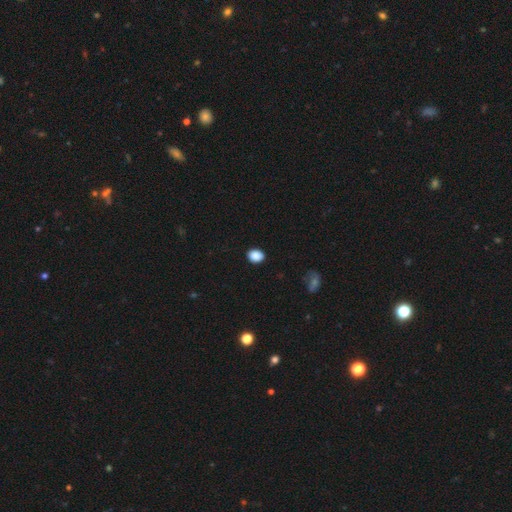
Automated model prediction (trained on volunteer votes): The model was most divided on "how rounded": in between: 50%, round: 49%, cigar-shaped: 1%. More confident: smooth or featured — smooth (89%); merging — none (88%).